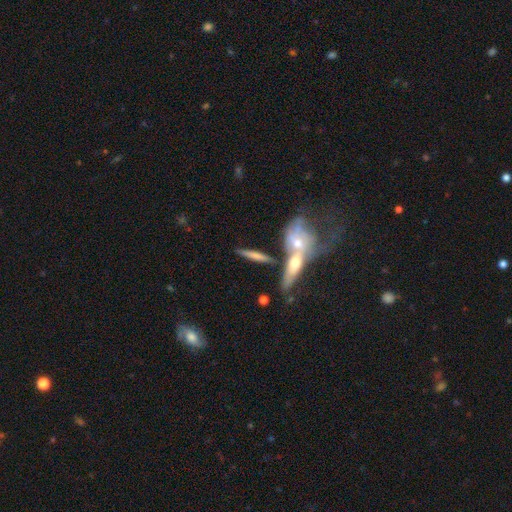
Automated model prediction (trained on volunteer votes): Smooth or featured: smooth — 52% (featured or disk — 41%)
How rounded: cigar-shaped — 80% (in between — 16%)
Merging: none — 55% (merger — 30%)